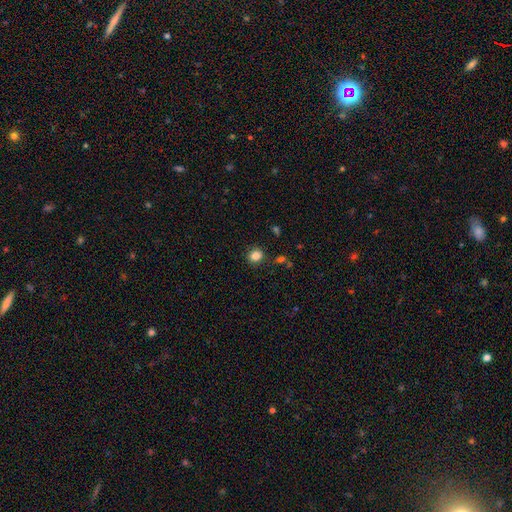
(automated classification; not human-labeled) smooth_or_featured: smooth (p=0.84) [alt: star or artifact p=0.11]
how_rounded: round (p=0.78) [alt: in between p=0.21]
merging: none (p=0.87) [alt: minor disturbance p=0.08]